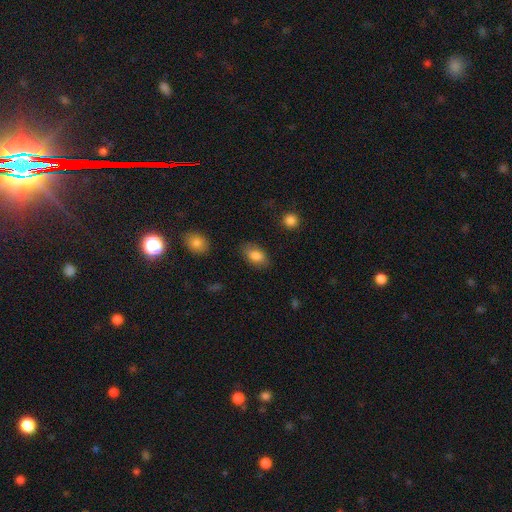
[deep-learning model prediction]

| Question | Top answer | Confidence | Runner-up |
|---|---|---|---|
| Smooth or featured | smooth | 84% | featured or disk (9%) |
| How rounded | in between | 91% | round (7%) |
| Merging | none | 82% | minor disturbance (13%) |